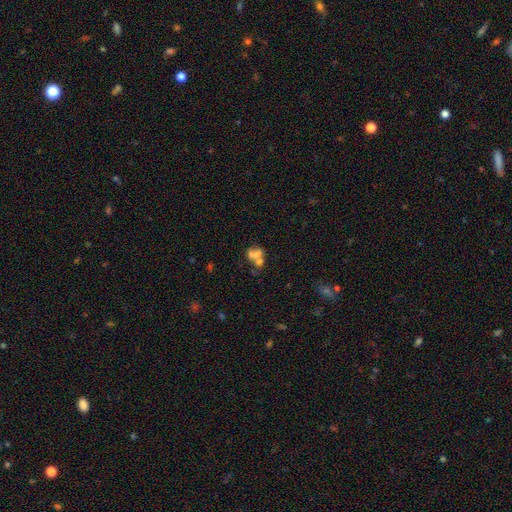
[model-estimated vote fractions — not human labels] Smooth or featured: smooth — 52% (featured or disk — 30%)
How rounded: in between — 59% (round — 38%)
Merging: merger — 59% (none — 22%)